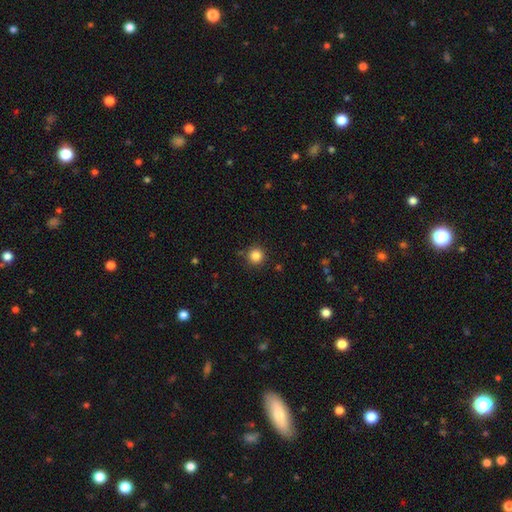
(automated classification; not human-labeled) smooth-or-featured: smooth: 84% | star or artifact: 12% | featured or disk: 4%
  how-rounded: round: 95% | in between: 4% | cigar-shaped: 1%
  merging: none: 89% | minor disturbance: 6% | major disturbance: 2% | merger: 2%